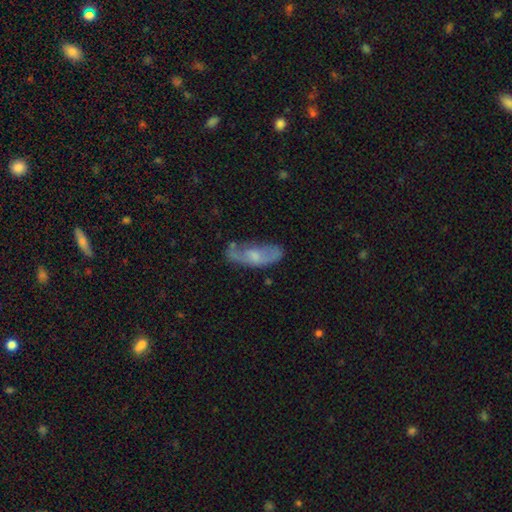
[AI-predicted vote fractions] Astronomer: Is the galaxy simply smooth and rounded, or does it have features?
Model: featured or disk — 48% (runner-up: smooth, 45%).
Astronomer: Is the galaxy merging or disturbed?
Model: none — 52% (runner-up: minor disturbance, 29%).